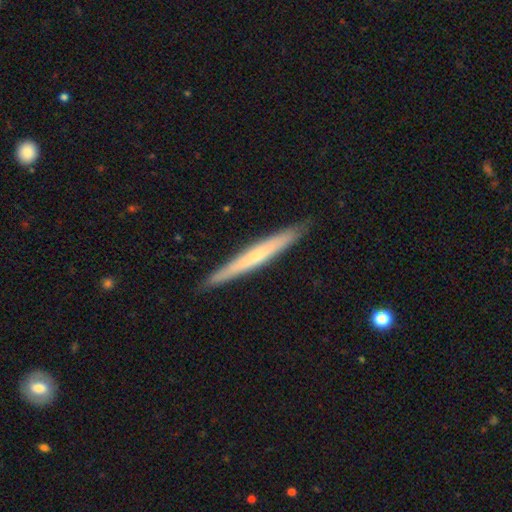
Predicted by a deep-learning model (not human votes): This appears to be a featured or disk galaxy (47%, tied with smooth). Merging: none (90%).